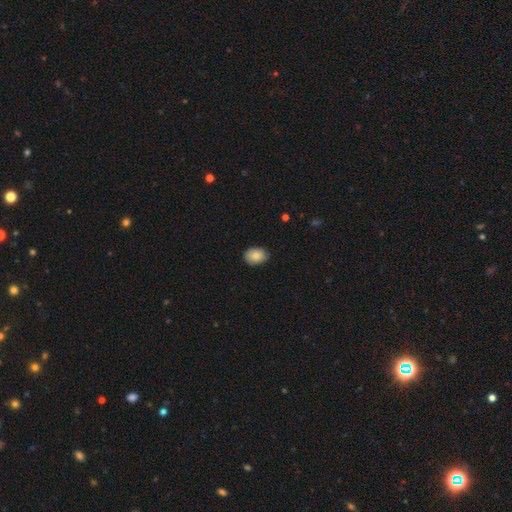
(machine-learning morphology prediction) The model was most divided on "how rounded": in between: 74%, round: 25%, cigar-shaped: 1%. More confident: merging — none (87%); smooth or featured — smooth (87%).